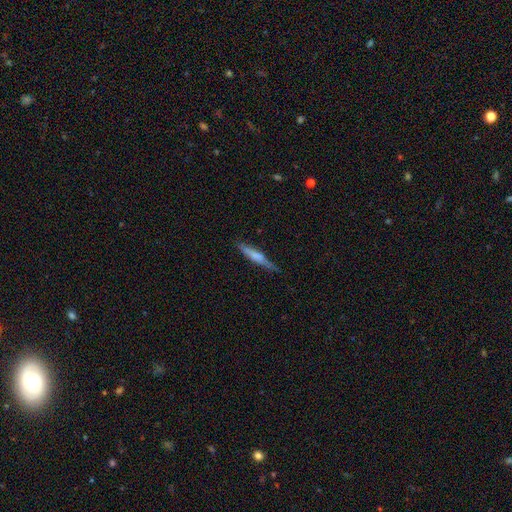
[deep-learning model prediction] This is possibly a smooth galaxy (57%). How rounded: clearly cigar-shaped (90%). Merging: likely none (73%).